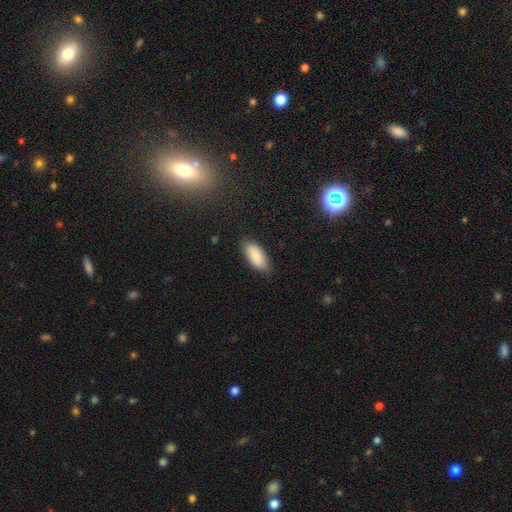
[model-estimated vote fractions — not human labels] smooth 86%, featured or disk 7%, star or artifact 6%. Down the decision tree: how rounded — in between (90%); merging — none (82%).